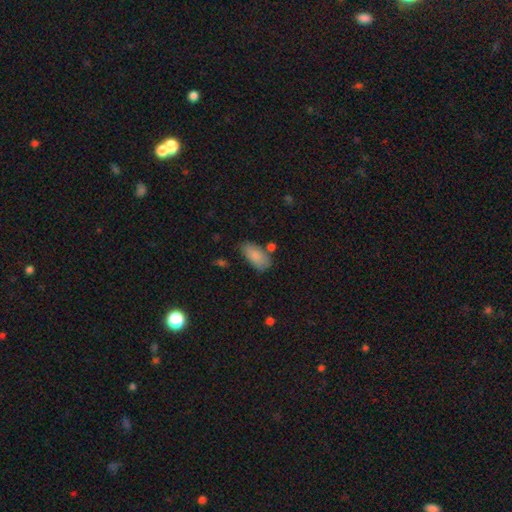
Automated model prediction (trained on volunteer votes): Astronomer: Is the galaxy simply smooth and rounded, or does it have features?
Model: smooth — 86%.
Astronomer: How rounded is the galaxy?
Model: in between — 92%.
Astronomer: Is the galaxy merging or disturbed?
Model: none — 69%.